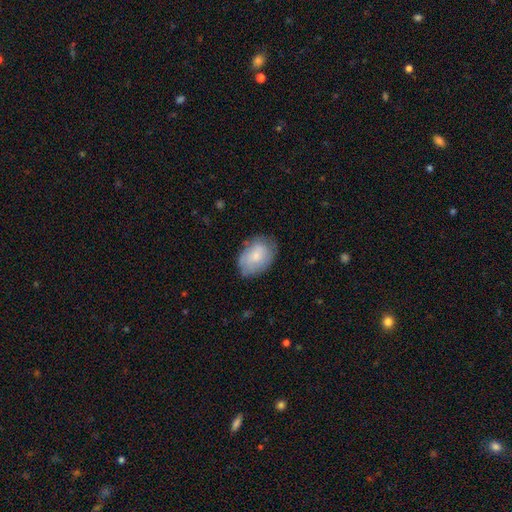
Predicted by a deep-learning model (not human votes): Smooth or featured? Predicted: smooth (p=0.72). How rounded? Predicted: in between (p=0.84). Merging? Predicted: none (p=0.71).